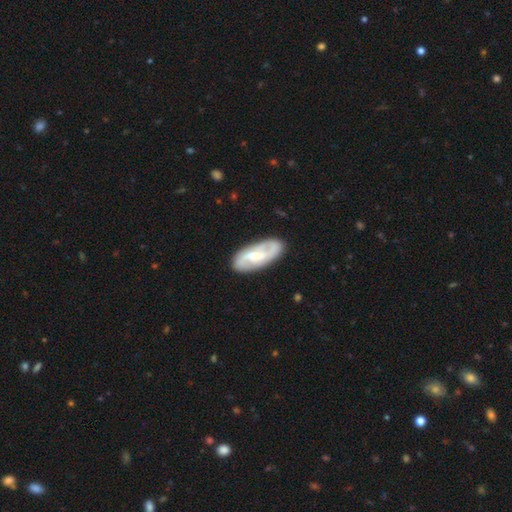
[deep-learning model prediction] The model was most divided on "bulge size": moderate: 45%, small: 43%, none: 6%, large: 5%, dominant: 1%. Remaining: edge-on disk — no (94%); spiral arms — yes (87%); merging — none (82%); spiral arm count — 2 (80%); smooth or featured — featured or disk (71%); bar — weak (51%); spiral winding — medium (40%).